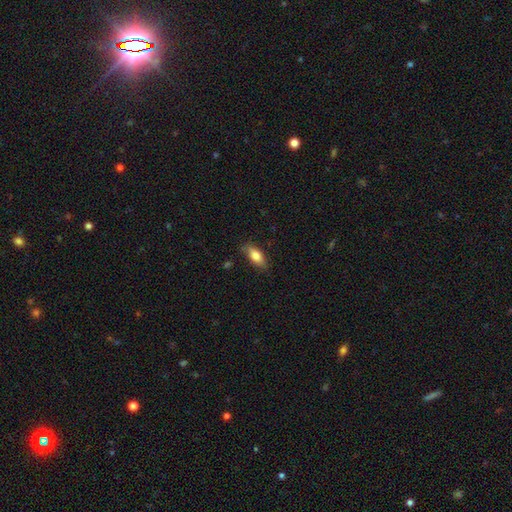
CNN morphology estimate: This appears to be a smooth galaxy with no disk features (80%) that is in between round and cigar-shaped (83%). Merging: none (78%).